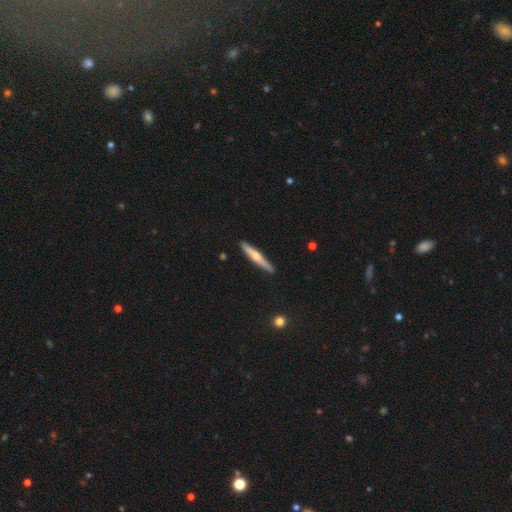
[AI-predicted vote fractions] featured or disk 61%, smooth 34%, star or artifact 5%. Down the decision tree: edge-on disk — yes (97%); edge-on bulge — rounded (90%); merging — none (91%).